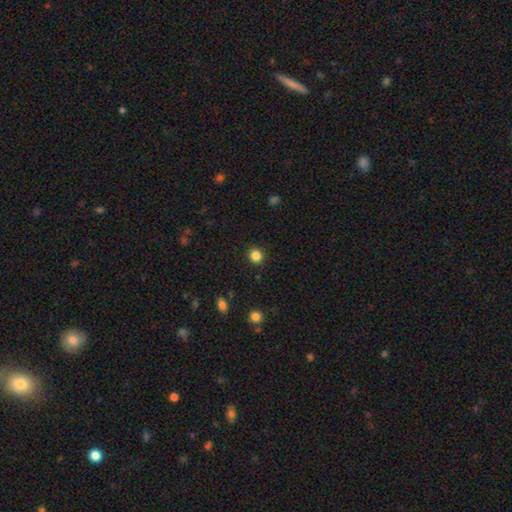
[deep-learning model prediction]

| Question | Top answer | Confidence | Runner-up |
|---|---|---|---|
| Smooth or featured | smooth | 85% | star or artifact (12%) |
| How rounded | round | 86% | in between (13%) |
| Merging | none | 90% | minor disturbance (6%) |